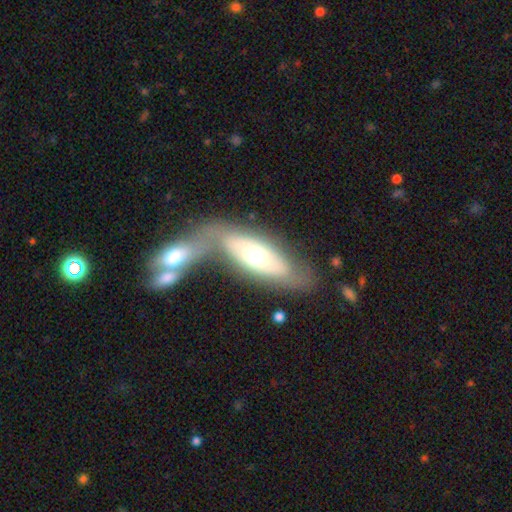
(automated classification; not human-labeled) featured or disk 58%, smooth 37%, star or artifact 5%. Down the decision tree: edge-on disk — no (76%); merging — merger (51%).